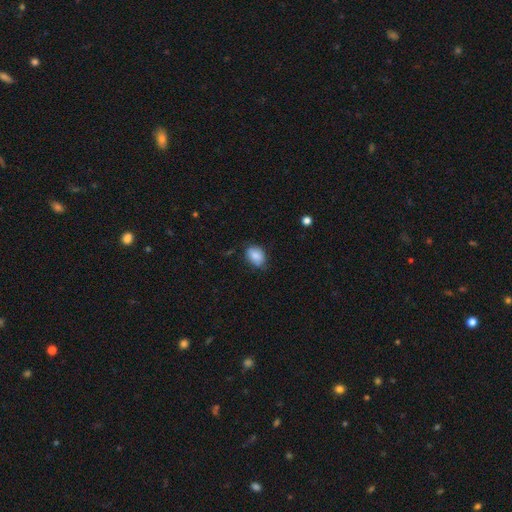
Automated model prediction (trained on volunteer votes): This appears to be a smooth galaxy with no disk features (84%) that is in between round and cigar-shaped (74%). Merging: none (71%).